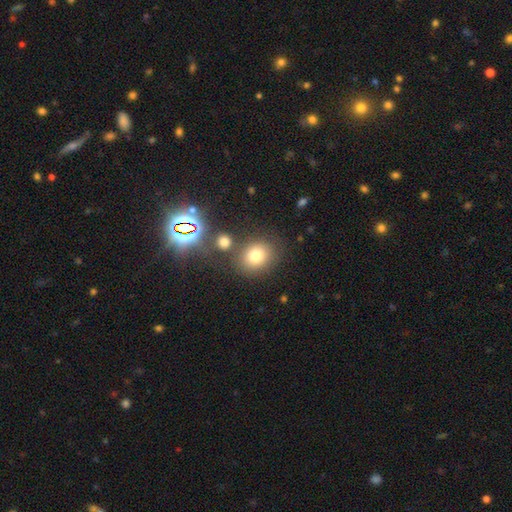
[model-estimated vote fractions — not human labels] Smooth or featured? smooth (75%)
How rounded? round (73%)
Merging? none (74%)